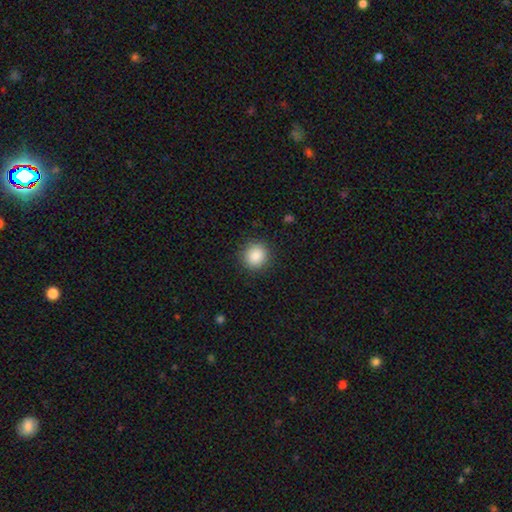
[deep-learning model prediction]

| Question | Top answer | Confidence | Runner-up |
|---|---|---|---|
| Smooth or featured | smooth | 87% | star or artifact (9%) |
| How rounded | round | 91% | in between (8%) |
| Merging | none | 90% | minor disturbance (7%) |